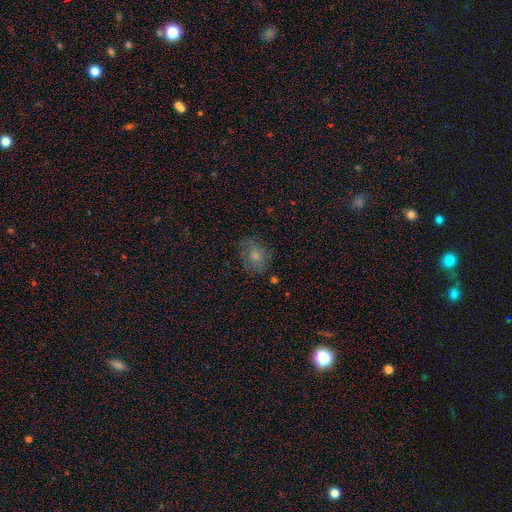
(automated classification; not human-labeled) Smooth or featured?
  - smooth: 67% *
  - featured or disk: 21%
  - star or artifact: 12%
How rounded?
  - round: 59% *
  - in between: 40%
  - cigar-shaped: 1%
Merging?
  - none: 63% *
  - minor disturbance: 23%
  - major disturbance: 12%
  - merger: 3%